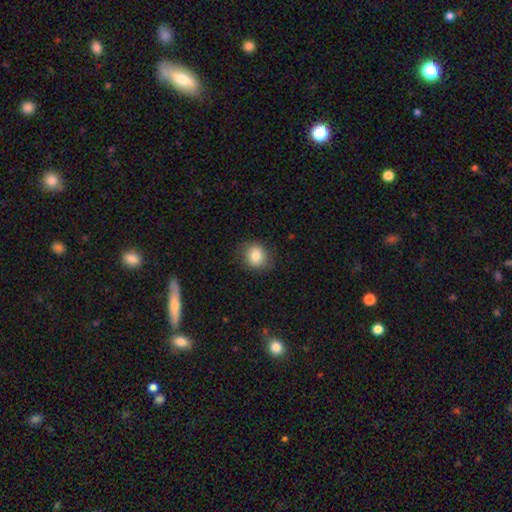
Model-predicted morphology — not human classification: type=smooth (82%); roundness=round (74%); merging=none (83%).